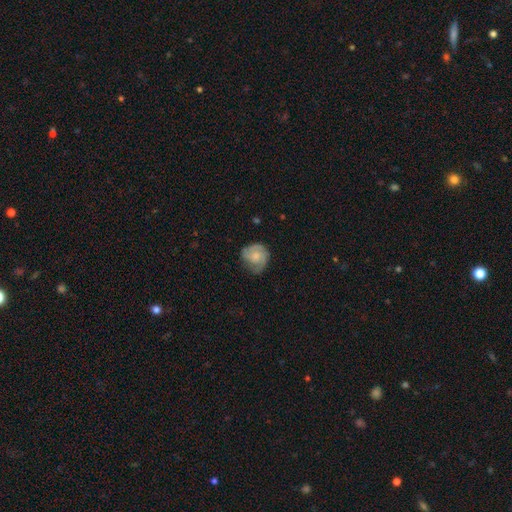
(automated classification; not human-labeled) Overall: featured or disk (47%; smooth 46%). Merging: none (58%; minor disturbance 28%).